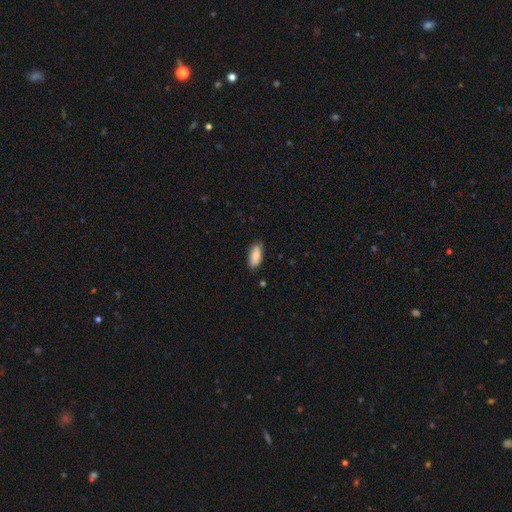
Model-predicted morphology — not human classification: A smooth galaxy with no disk features (81%) that is in between round and cigar-shaped (84%). Merging: none (84%).